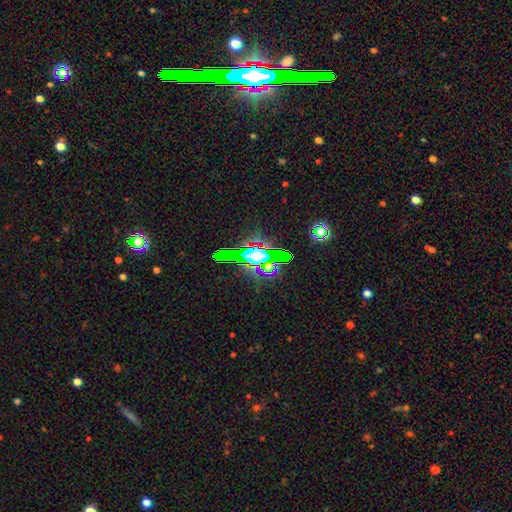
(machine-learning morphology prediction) Overall: star or artifact (60%; smooth 21%).